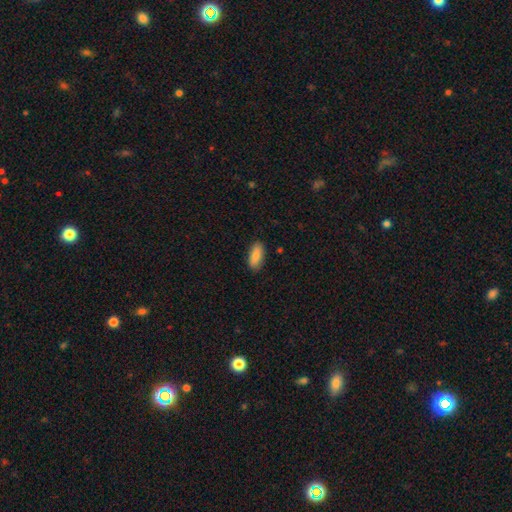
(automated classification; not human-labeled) Smooth or featured? Predicted: smooth (p=0.86). How rounded? Predicted: in between (p=0.85). Merging? Predicted: none (p=0.87).